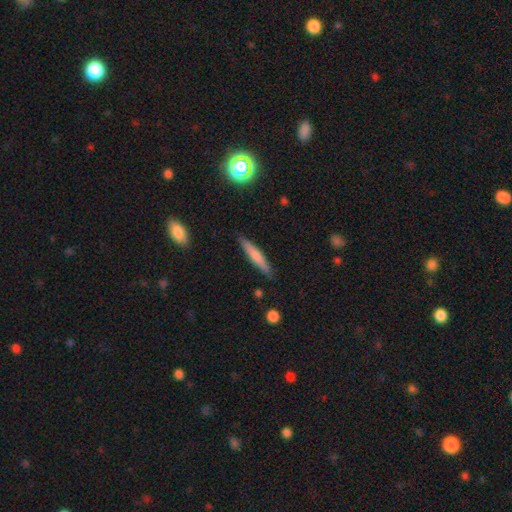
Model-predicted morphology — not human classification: smooth 65%, featured or disk 29%, star or artifact 6%. Down the decision tree: how rounded — cigar-shaped (92%); merging — none (89%).